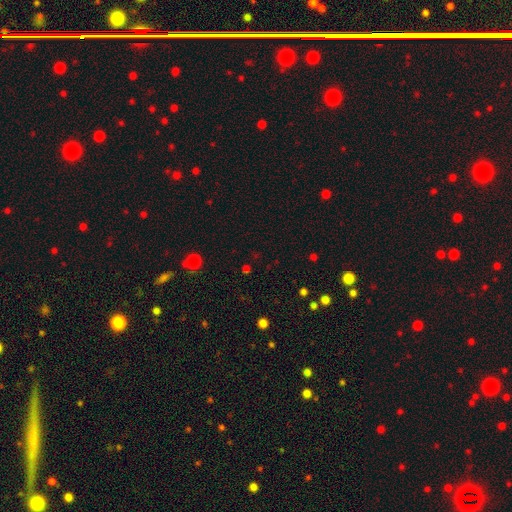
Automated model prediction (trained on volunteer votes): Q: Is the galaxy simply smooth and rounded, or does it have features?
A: star or artifact — 55%.